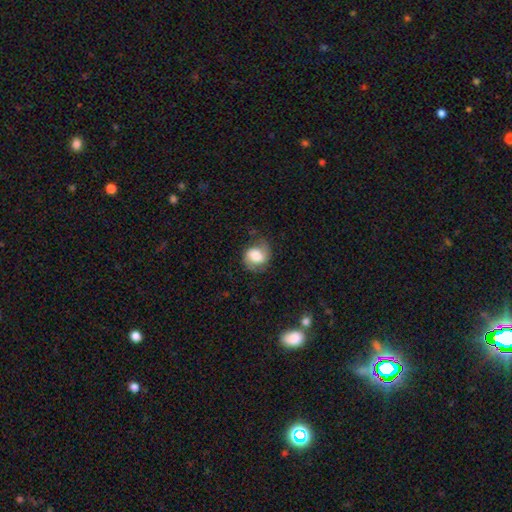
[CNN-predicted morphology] A smooth galaxy with no disk features (47%).

Vote fractions:
- Smooth or featured? smooth: 47% / featured or disk: 44% / star or artifact: 9%
- Merging? none: 62% / minor disturbance: 25% / major disturbance: 12% / merger: 2%